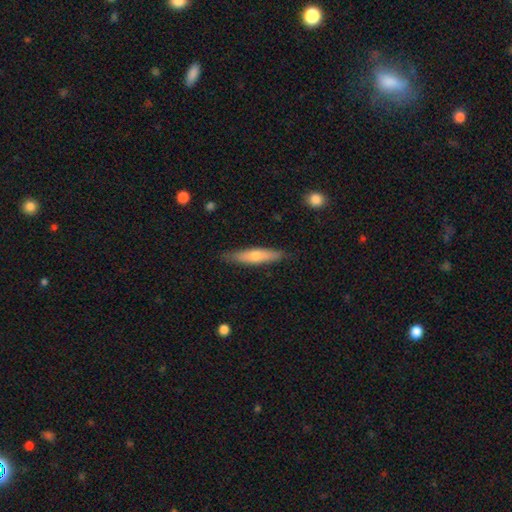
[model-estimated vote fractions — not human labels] Smooth or featured? Predicted: smooth (p=0.52). How rounded? Predicted: cigar-shaped (p=0.85). Merging? Predicted: none (p=0.87).